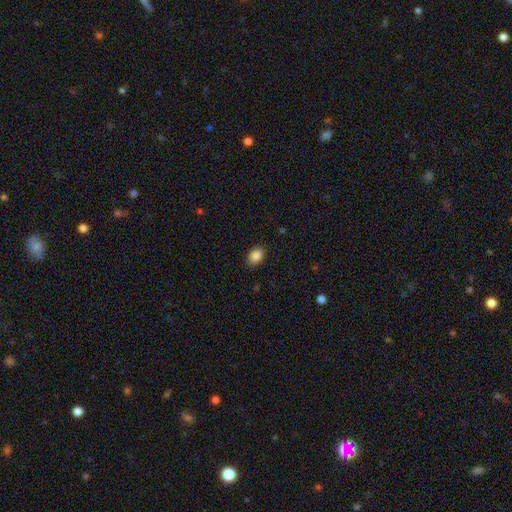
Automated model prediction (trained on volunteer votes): smooth_or_featured: smooth (p=0.87) [alt: star or artifact p=0.09]
how_rounded: in between (p=0.68) [alt: round p=0.31]
merging: none (p=0.88) [alt: minor disturbance p=0.09]